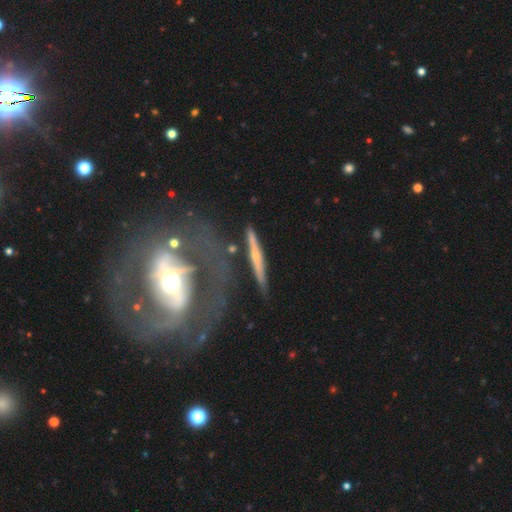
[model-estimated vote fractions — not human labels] This appears to be a featured or disk galaxy (66%) viewed edge-on (87%) with a rounded central bulge (62%). Merging: none (69%).